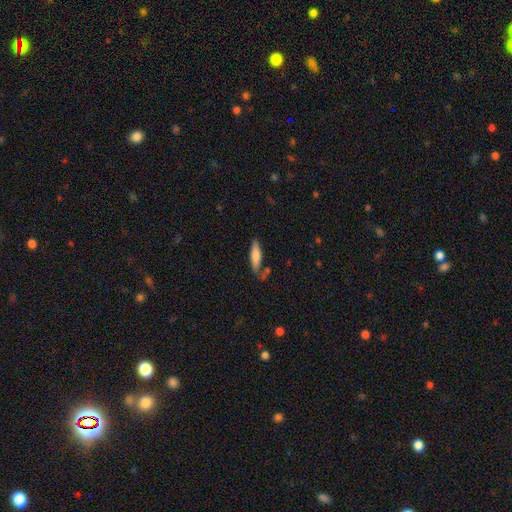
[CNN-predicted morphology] This is likely a smooth galaxy (72%). How rounded: likely cigar-shaped (68%). Merging: likely none (64%).